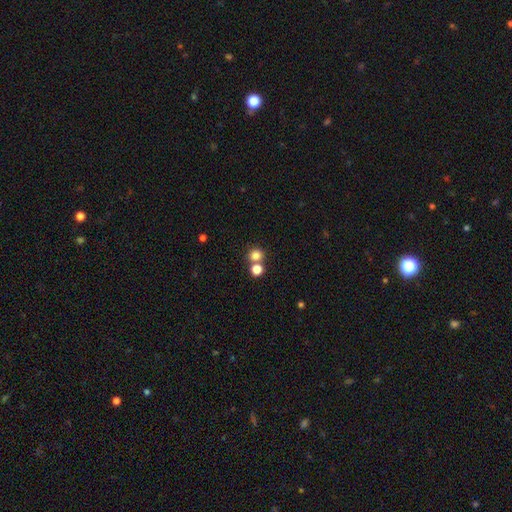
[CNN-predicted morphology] smooth 79%, star or artifact 15%, featured or disk 6%. Down the decision tree: how rounded — round (87%); merging — none (61%).